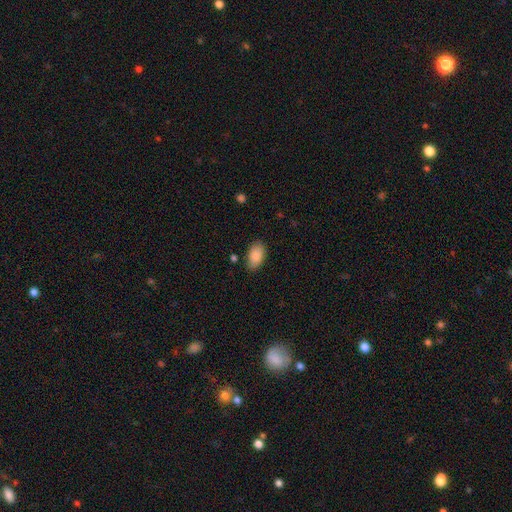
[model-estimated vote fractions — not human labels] Smooth or featured?
  - smooth: 87% *
  - star or artifact: 7%
  - featured or disk: 6%
How rounded?
  - in between: 93% *
  - round: 5%
  - cigar-shaped: 2%
Merging?
  - none: 82% *
  - minor disturbance: 13%
  - major disturbance: 3%
  - merger: 2%